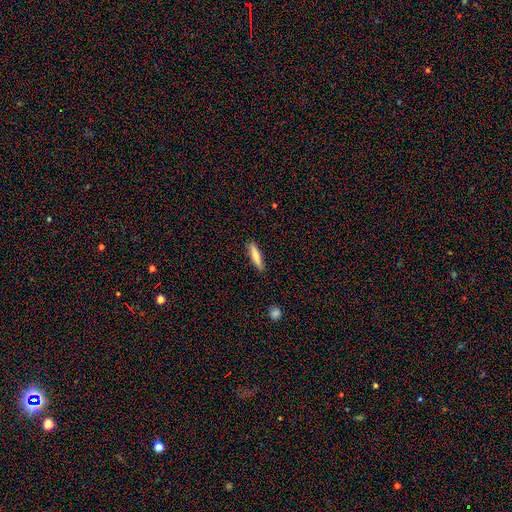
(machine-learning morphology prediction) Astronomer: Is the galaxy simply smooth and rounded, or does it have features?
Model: smooth — 71%.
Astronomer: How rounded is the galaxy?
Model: cigar-shaped — 79%.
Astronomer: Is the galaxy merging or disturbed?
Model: none — 87%.